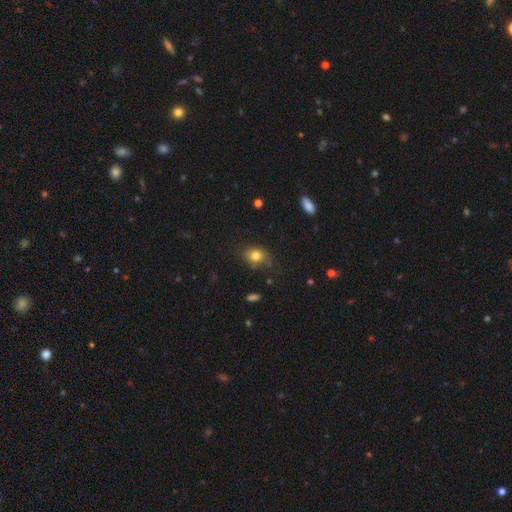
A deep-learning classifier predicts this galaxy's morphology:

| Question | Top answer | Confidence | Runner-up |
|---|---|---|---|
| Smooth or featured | smooth | 80% | star or artifact (11%) |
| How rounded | in between | 56% | round (42%) |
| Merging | none | 70% | minor disturbance (22%) |